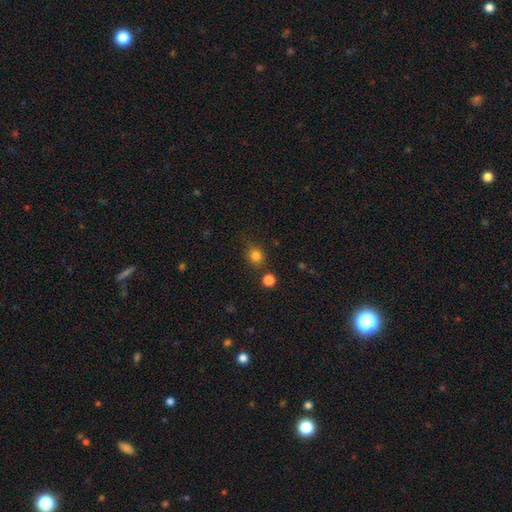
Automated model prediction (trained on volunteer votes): smooth-or-featured: smooth: 80% | star or artifact: 14% | featured or disk: 6%
  how-rounded: round: 80% | in between: 19% | cigar-shaped: 1%
  merging: none: 73% | minor disturbance: 15% | merger: 8% | major disturbance: 5%